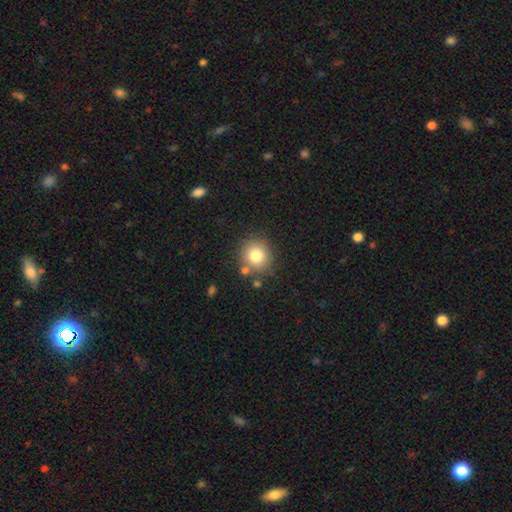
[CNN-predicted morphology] Smooth or featured?
  - smooth: 80% *
  - star or artifact: 11%
  - featured or disk: 9%
How rounded?
  - round: 90% *
  - in between: 9%
  - cigar-shaped: 1%
Merging?
  - none: 79% *
  - minor disturbance: 10%
  - merger: 8%
  - major disturbance: 3%